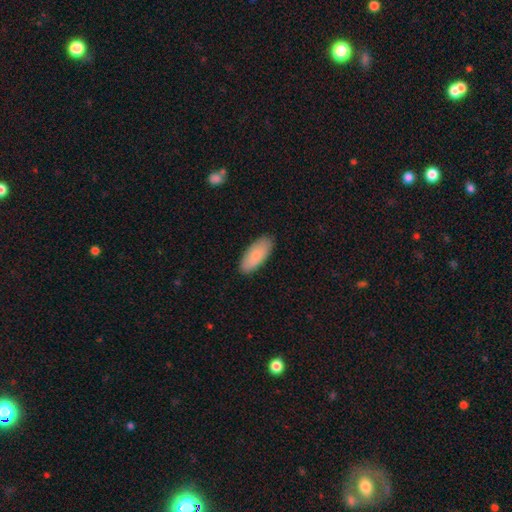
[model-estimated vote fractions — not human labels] Overall: smooth (85%). How rounded: in between (84%). Merging: none (87%).